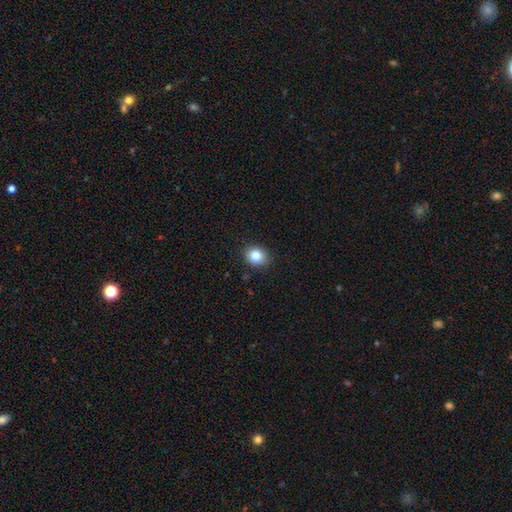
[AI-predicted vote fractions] This is clearly a smooth galaxy (84%). How rounded: likely round (70%). Merging: clearly none (87%).